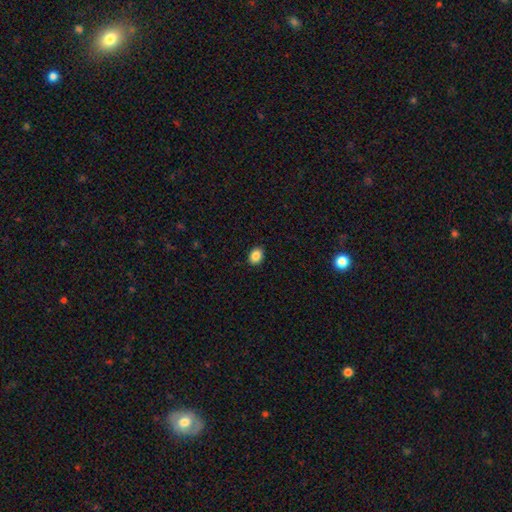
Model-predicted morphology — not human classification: Smooth or featured? Predicted: smooth (p=0.87). How rounded? Predicted: in between (p=0.68). Merging? Predicted: none (p=0.90).